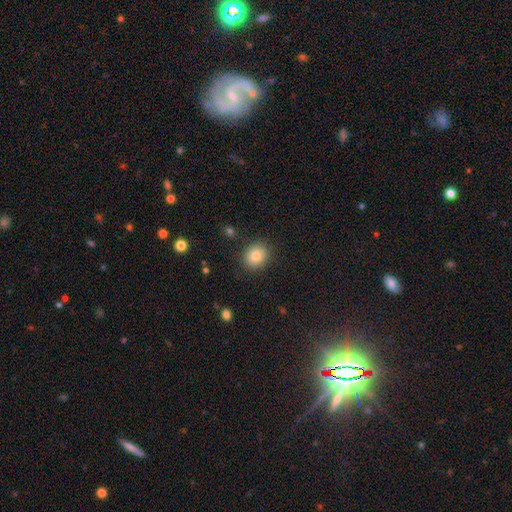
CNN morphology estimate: This is clearly a smooth galaxy (82%). How rounded: likely round (62%). Merging: clearly none (87%).